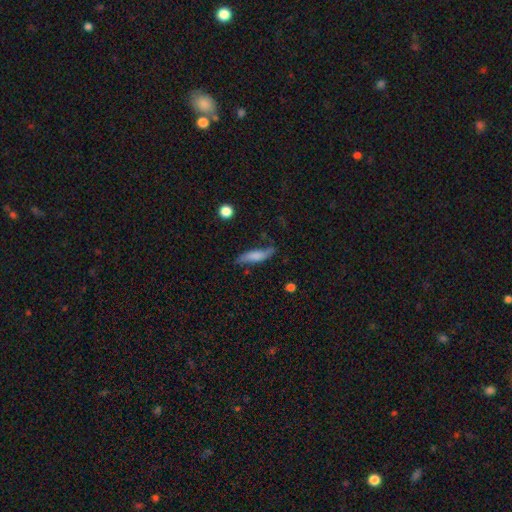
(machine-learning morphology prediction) This appears to be a smooth galaxy with no disk features (67%) that is cigar-shaped (65%). Merging: none (64%).